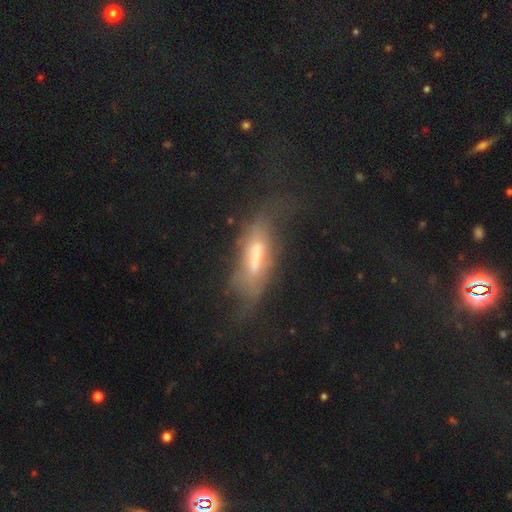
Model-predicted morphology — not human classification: This appears to be a featured or disk galaxy (48%). Merging: none (37%).